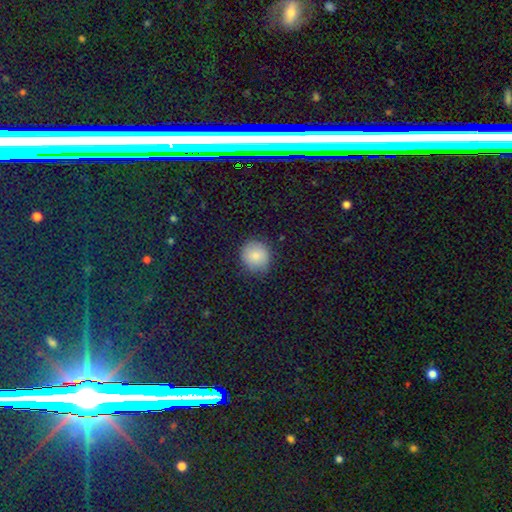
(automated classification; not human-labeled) Smooth or featured? Predicted: smooth (p=0.82). How rounded? Predicted: round (p=0.89). Merging? Predicted: none (p=0.84).